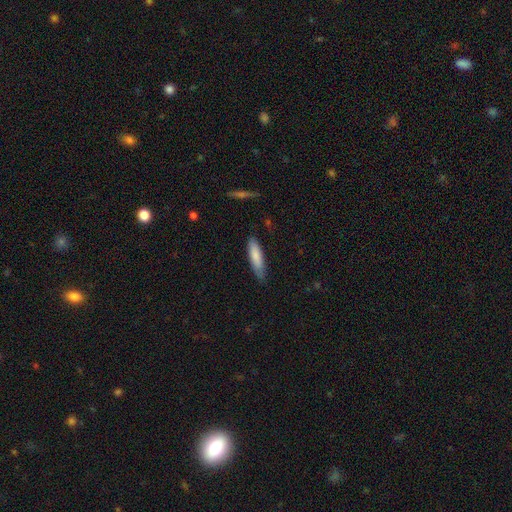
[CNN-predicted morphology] This is clearly a smooth galaxy (81%). How rounded: likely cigar-shaped (65%). Merging: likely none (74%).